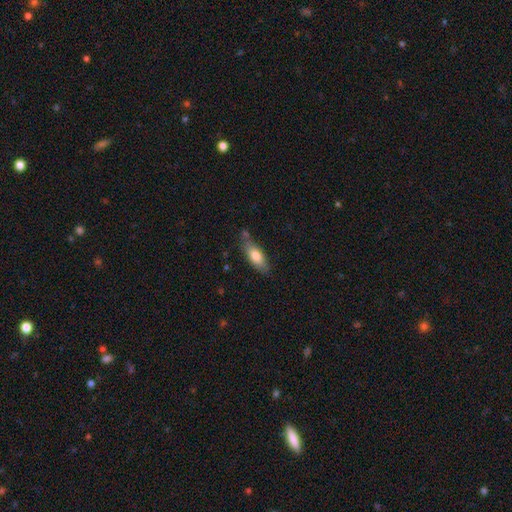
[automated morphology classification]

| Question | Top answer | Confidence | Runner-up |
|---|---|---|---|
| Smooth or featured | smooth | 74% | featured or disk (19%) |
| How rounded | in between | 72% | cigar-shaped (25%) |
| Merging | none | 67% | minor disturbance (21%) |